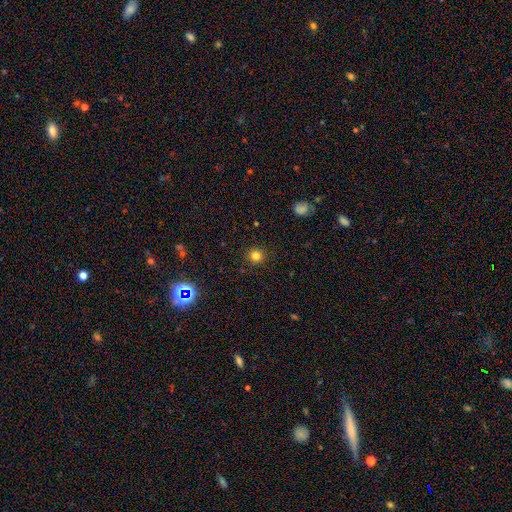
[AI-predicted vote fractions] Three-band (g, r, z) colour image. It shows a smooth galaxy with no disk features (81%) that is round (94%). Merging: none (91%).